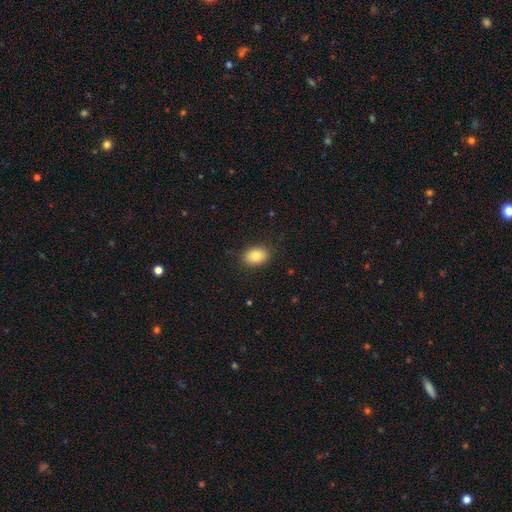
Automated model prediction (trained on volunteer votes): smooth_or_featured: smooth (p=0.84) [alt: star or artifact p=0.08]
how_rounded: in between (p=0.75) [alt: round p=0.24]
merging: none (p=0.87) [alt: minor disturbance p=0.09]